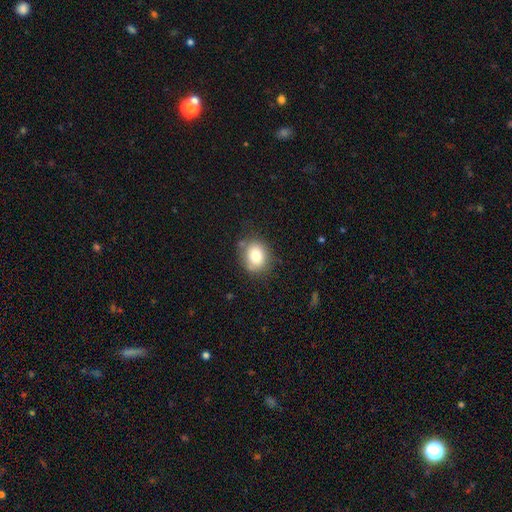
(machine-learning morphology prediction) The model was most divided on "how rounded": round: 64%, in between: 35%, cigar-shaped: 1%. More confident: smooth or featured — smooth (79%); merging — none (75%).